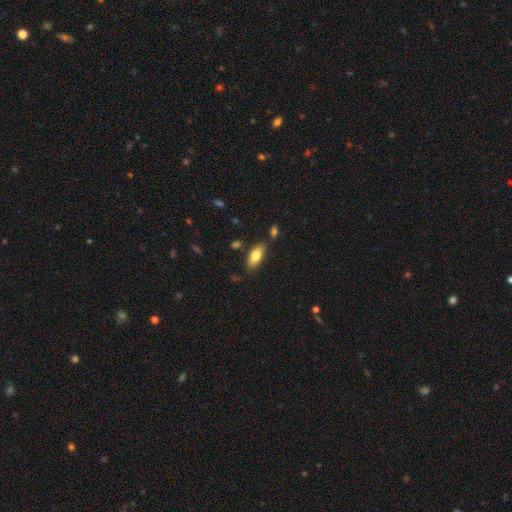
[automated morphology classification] Smooth or featured? smooth (78%)
How rounded? in between (81%)
Merging? none (78%)